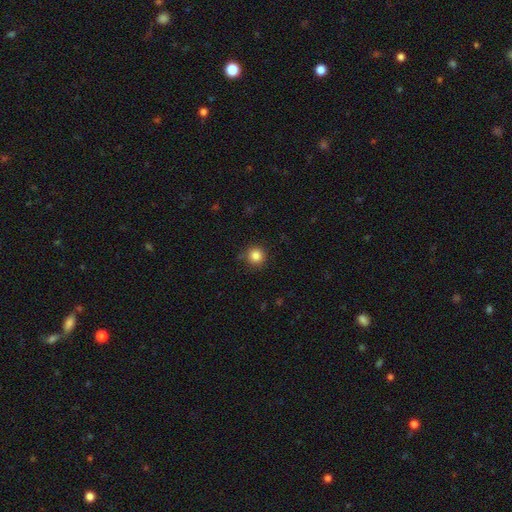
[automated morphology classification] smooth-or-featured: smooth: 85% | star or artifact: 11% | featured or disk: 4%
  how-rounded: round: 95% | in between: 4% | cigar-shaped: 1%
  merging: none: 88% | minor disturbance: 8% | major disturbance: 2% | merger: 2%